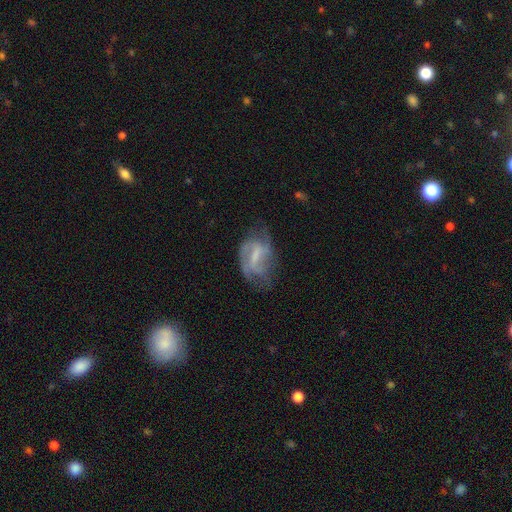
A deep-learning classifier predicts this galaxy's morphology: type=featured or disk (66%); edge-on=no (96%); bar=weak (48%); spiral arms=yes (70%); bulge=none (39%); merging=none (43%).